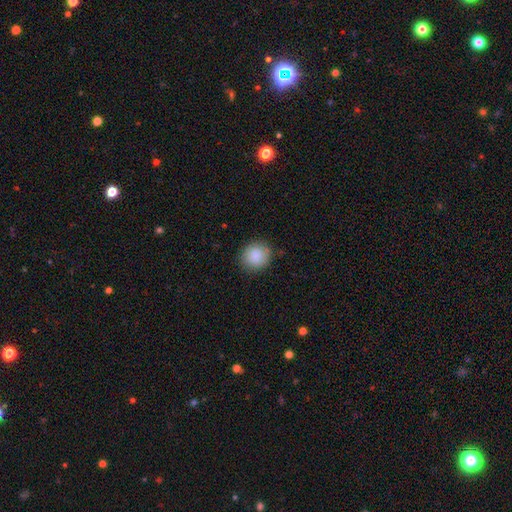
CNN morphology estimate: This appears to be a smooth galaxy with no disk features (88%) that is round (85%). Merging: none (86%).